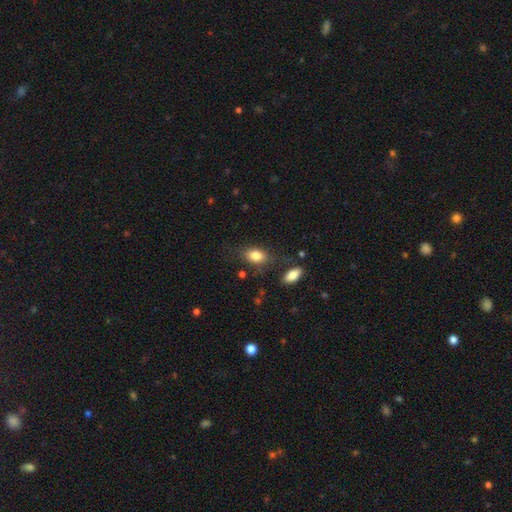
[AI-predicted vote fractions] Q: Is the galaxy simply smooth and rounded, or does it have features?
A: smooth — 82%.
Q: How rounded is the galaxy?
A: in between — 84%.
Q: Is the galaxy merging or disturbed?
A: none — 71%.